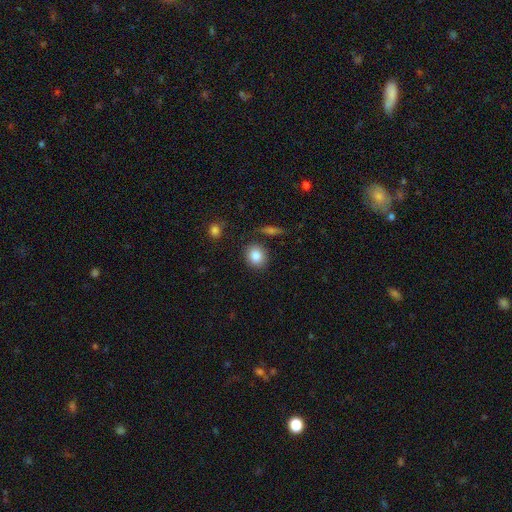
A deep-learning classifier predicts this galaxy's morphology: This appears to be a smooth galaxy with no disk features (85%) that is round (74%). Merging: none (84%).